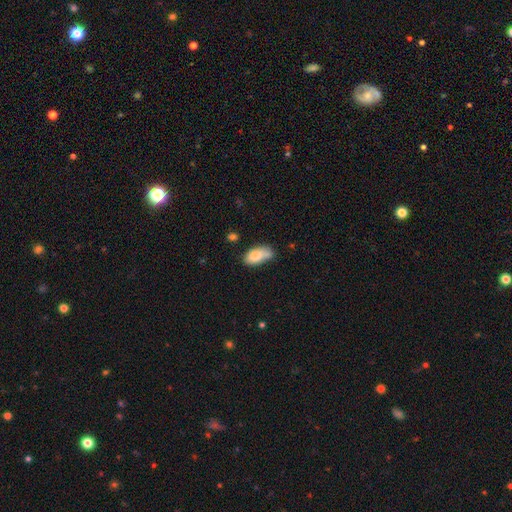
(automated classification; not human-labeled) Smooth or featured: smooth — 77% (featured or disk — 15%)
How rounded: in between — 91% (cigar-shaped — 5%)
Merging: none — 39% (minor disturbance — 30%)